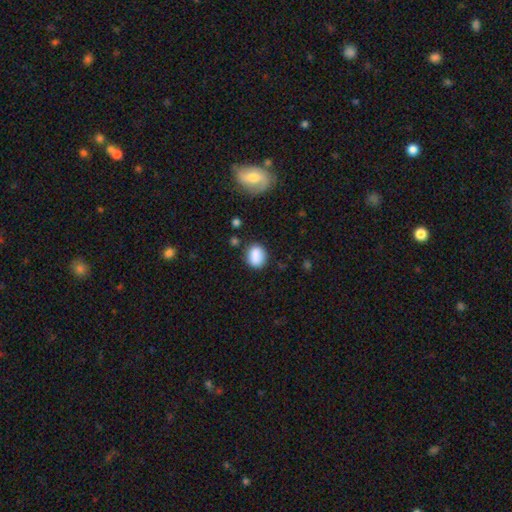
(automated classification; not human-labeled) Smooth or featured: smooth — 86% (star or artifact — 9%)
How rounded: in between — 53% (round — 46%)
Merging: none — 76% (minor disturbance — 16%)